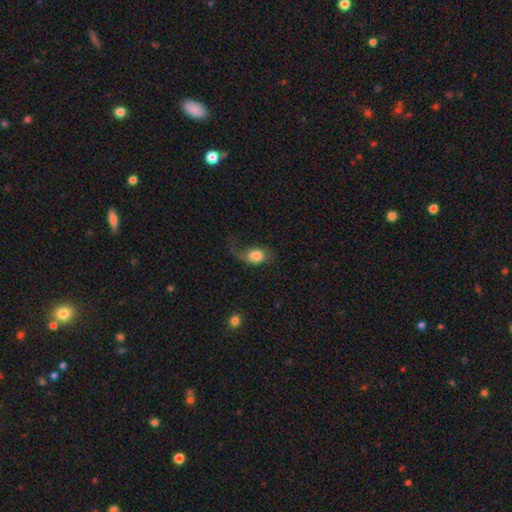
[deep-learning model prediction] A smooth galaxy with no disk features (65%) that is in between round and cigar-shaped (61%). Merging: major disturbance (42%).